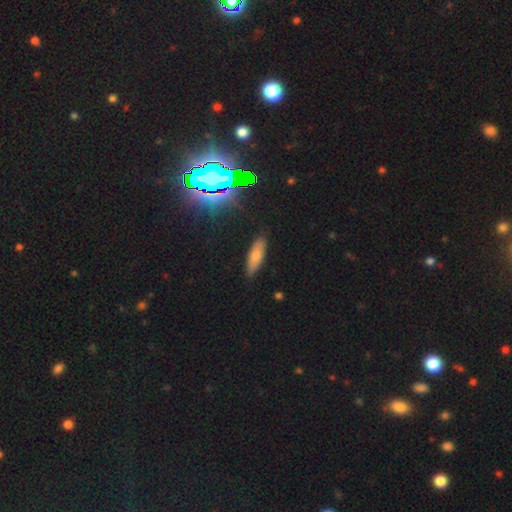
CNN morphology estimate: Q: Smooth or featured?
A: smooth (72%); runner-up: featured or disk (17%)
Q: How rounded?
A: in between (51%); runner-up: cigar-shaped (47%)
Q: Merging?
A: none (85%); runner-up: minor disturbance (11%)